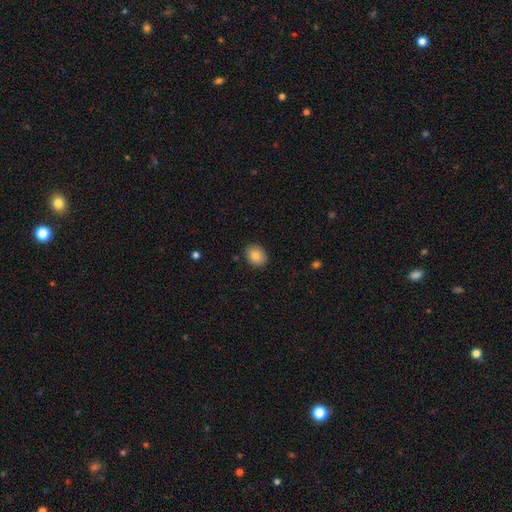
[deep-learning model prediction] This appears to be a smooth galaxy with no disk features (84%) that is round (56%). Merging: none (89%).